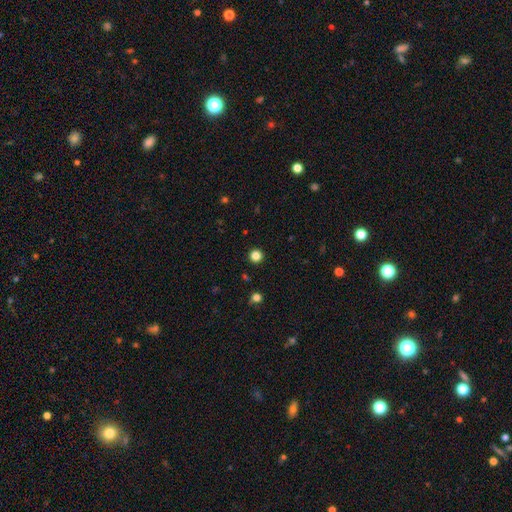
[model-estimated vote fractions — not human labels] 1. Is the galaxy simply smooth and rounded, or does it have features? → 84% smooth, 13% star or artifact, 3% featured or disk.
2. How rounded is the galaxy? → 96% round, 3% in between, 1% cigar-shaped.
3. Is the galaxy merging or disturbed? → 93% none, 4% minor disturbance, 2% major disturbance, 1% merger.